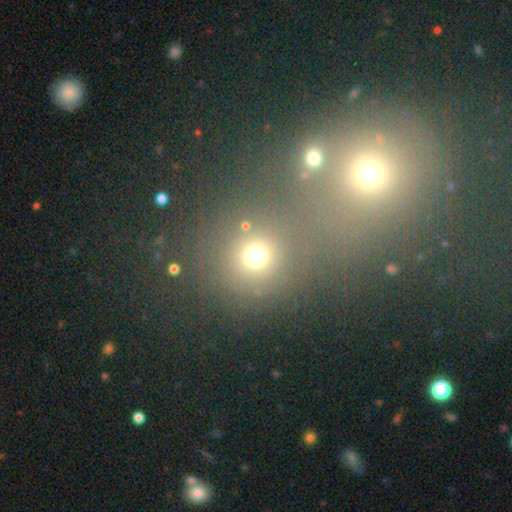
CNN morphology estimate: This is likely a smooth galaxy (68%). How rounded: clearly round (88%). Merging: likely none (64%).